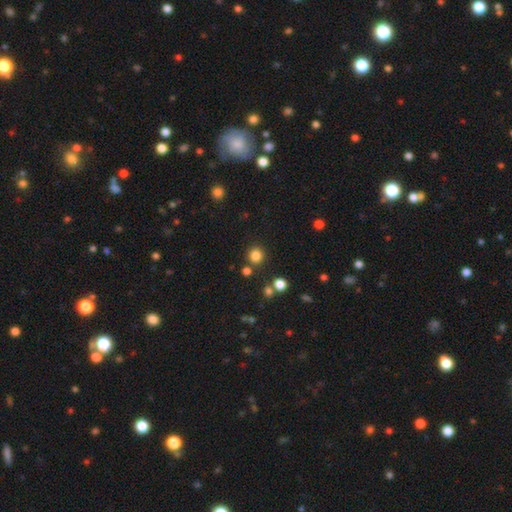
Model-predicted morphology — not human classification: Smooth or featured: smooth — 82% (star or artifact — 14%)
How rounded: round — 90% (in between — 9%)
Merging: none — 84% (minor disturbance — 7%)